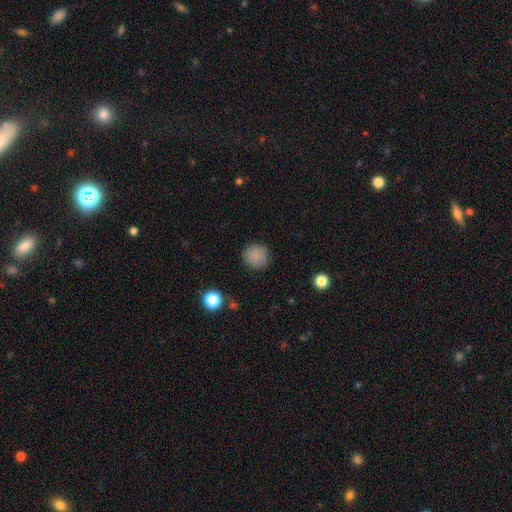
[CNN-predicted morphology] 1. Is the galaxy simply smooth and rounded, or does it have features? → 85% smooth, 11% star or artifact, 5% featured or disk.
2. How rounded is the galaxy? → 90% round, 9% in between, 1% cigar-shaped.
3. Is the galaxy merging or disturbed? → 85% none, 10% minor disturbance, 3% major disturbance, 1% merger.